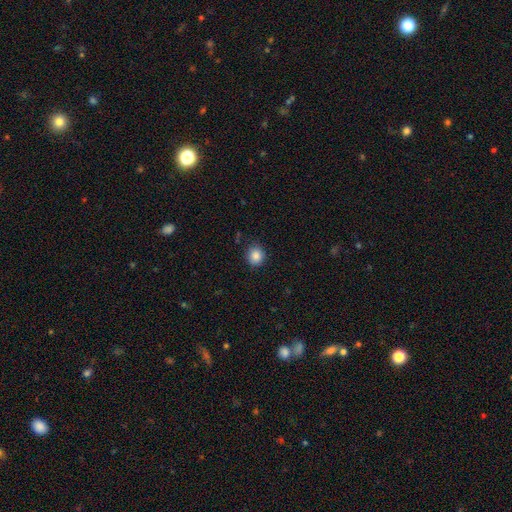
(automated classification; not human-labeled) A smooth galaxy with no disk features (86%) that is round (84%). Merging: none (87%).